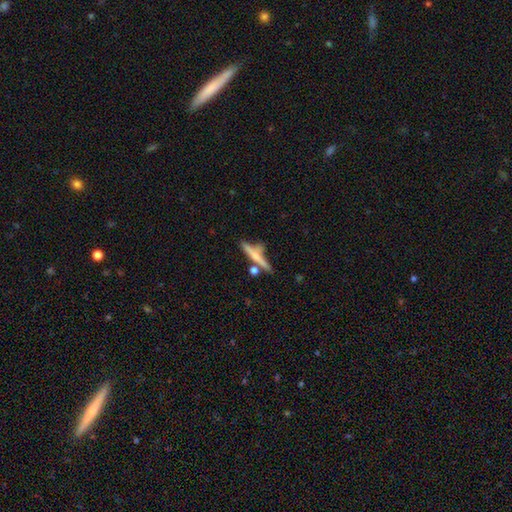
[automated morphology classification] This appears to be a smooth galaxy with no disk features (52%) that is cigar-shaped (89%). Merging: none (59%).